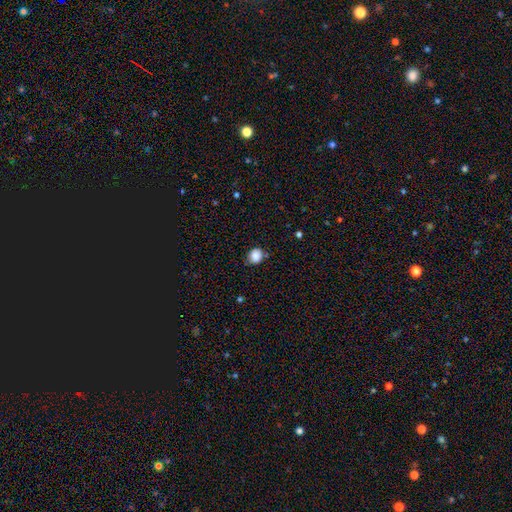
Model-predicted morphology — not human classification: Overall: smooth (87%). How rounded: round (71%). Merging: none (77%).